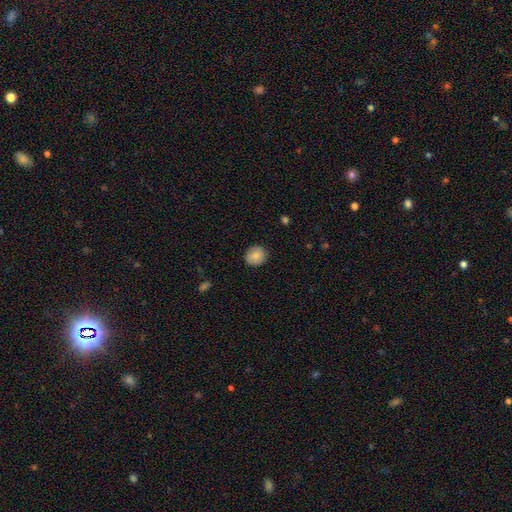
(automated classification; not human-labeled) The model was most divided on "how rounded": round: 84%, in between: 15%, cigar-shaped: 1%. More confident: merging — none (87%); smooth or featured — smooth (82%).